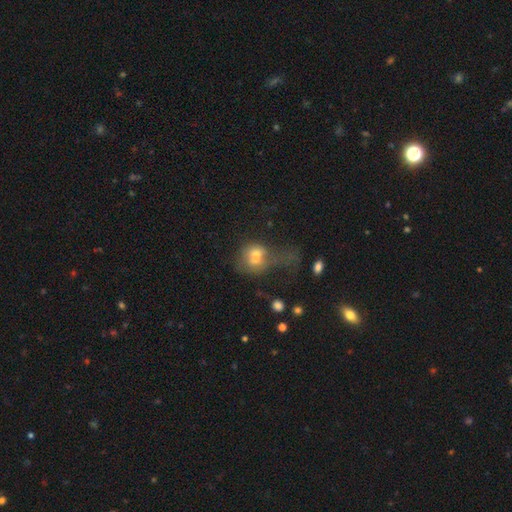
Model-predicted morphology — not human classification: smooth_or_featured: smooth (p=0.63) [alt: featured or disk p=0.25]
how_rounded: round (p=0.53) [alt: in between p=0.45]
merging: major disturbance (p=0.34) [alt: merger p=0.33]